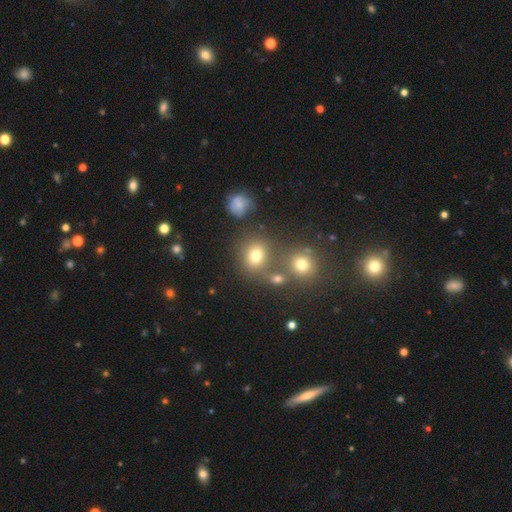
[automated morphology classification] smooth 73%, star or artifact 18%, featured or disk 9%. Down the decision tree: how rounded — round (77%); merging — none (65%).